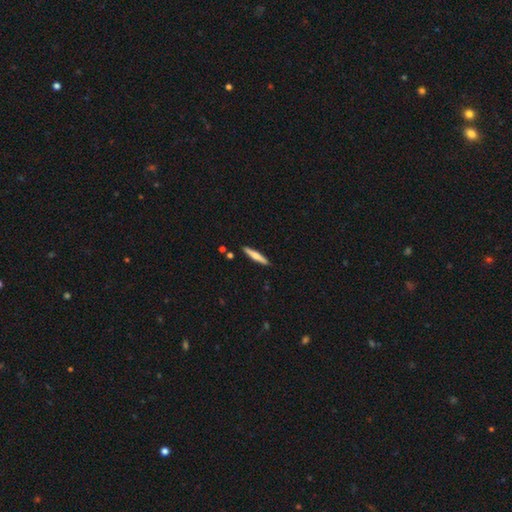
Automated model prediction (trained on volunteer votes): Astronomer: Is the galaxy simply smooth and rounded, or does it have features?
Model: smooth — 51% (runner-up: featured or disk, 44%).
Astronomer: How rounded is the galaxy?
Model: cigar-shaped — 91%.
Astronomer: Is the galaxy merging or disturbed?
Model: none — 89%.